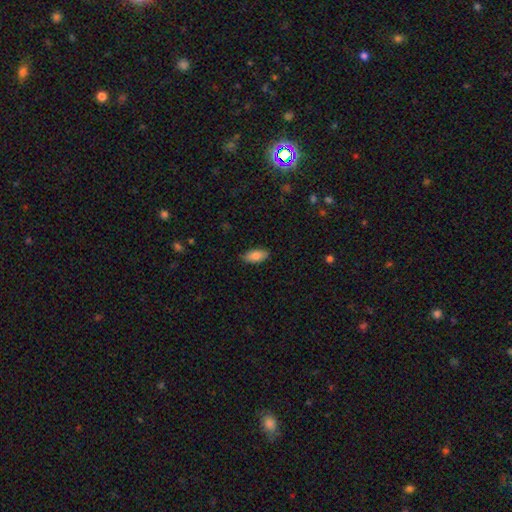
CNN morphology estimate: A smooth galaxy with no disk features (82%) that is in between round and cigar-shaped (89%).

Vote fractions:
- Smooth or featured? smooth: 82% / featured or disk: 12% / star or artifact: 7%
- How rounded? in between: 89% / cigar-shaped: 9% / round: 2%
- Merging? none: 86% / minor disturbance: 11% / major disturbance: 2% / merger: 1%